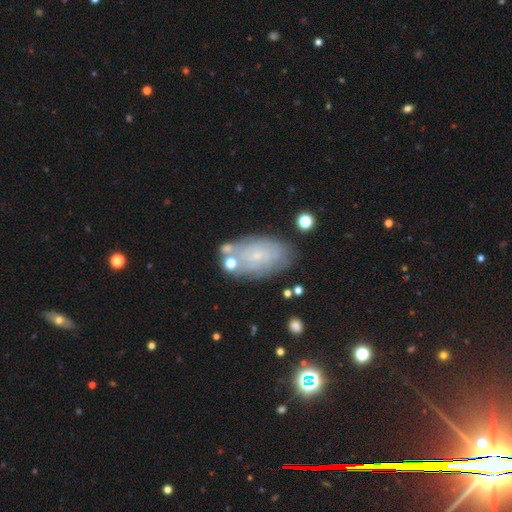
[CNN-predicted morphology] Overall: featured or disk (55%; smooth 34%). Edge-on disk: no (93%). Bar: no (76%). Spiral arms: yes (68%; no 32%). Bulge size: small (83%). Merging: none (71%).